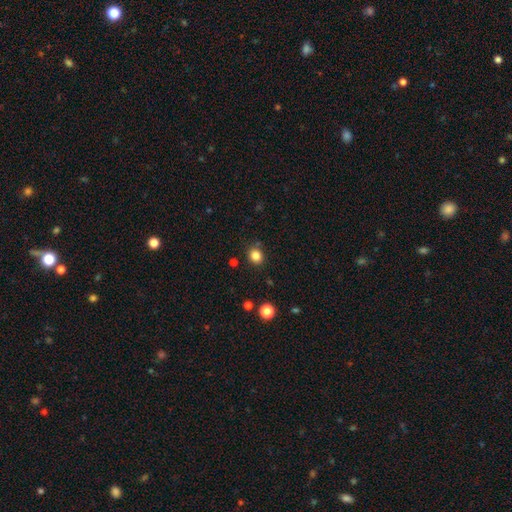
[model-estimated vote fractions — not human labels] smooth 84%, star or artifact 12%, featured or disk 4%. Down the decision tree: how rounded — round (68%); merging — none (85%).